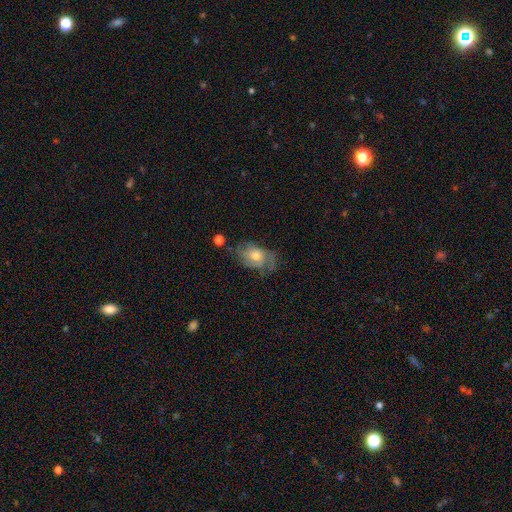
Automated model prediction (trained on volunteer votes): A featured or disk galaxy (57%) with no bar (80%), spiral arms (76%) and a moderate central bulge (65%). Merging: none (56%).